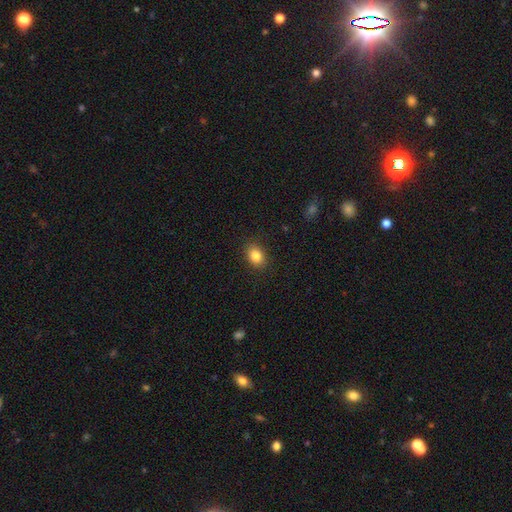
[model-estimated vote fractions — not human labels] This is clearly a smooth galaxy (84%). How rounded: likely in between (61%). Merging: clearly none (88%).